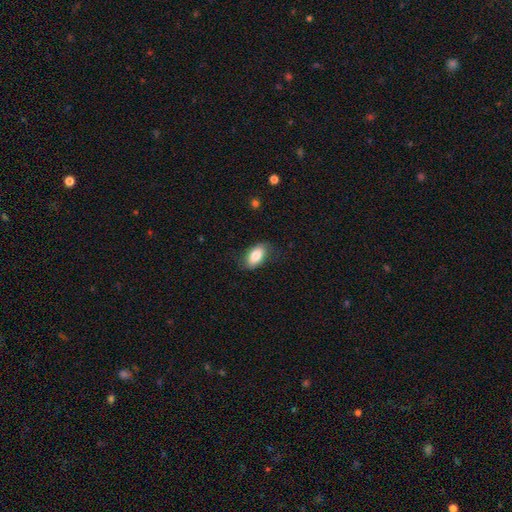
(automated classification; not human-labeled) Morphology: type=smooth (82%); roundness=in between (91%); merging=none (77%).